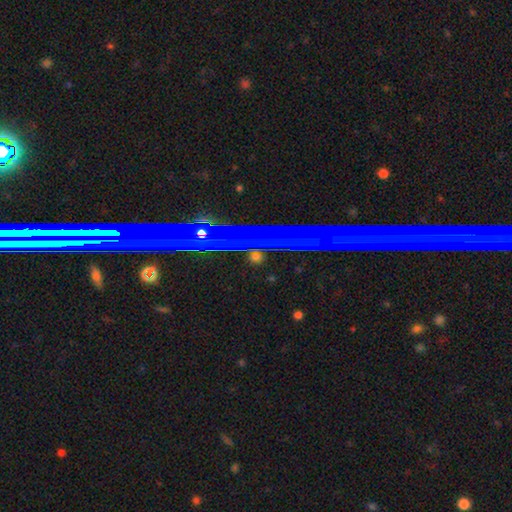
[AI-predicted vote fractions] Smooth or featured?
  - star or artifact: 62% *
  - smooth: 21%
  - featured or disk: 16%